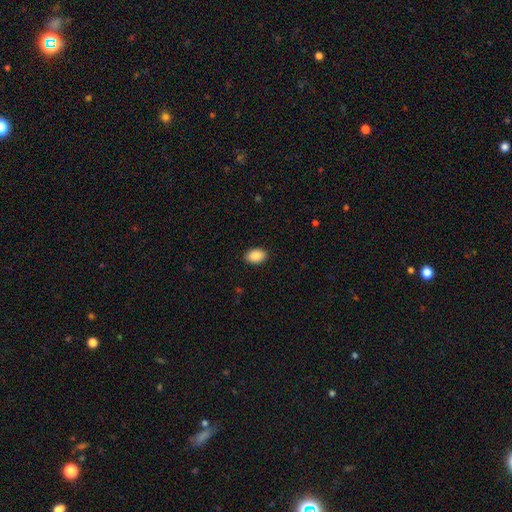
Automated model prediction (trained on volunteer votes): This is clearly a smooth galaxy (90%). How rounded: clearly in between (87%). Merging: clearly none (90%).